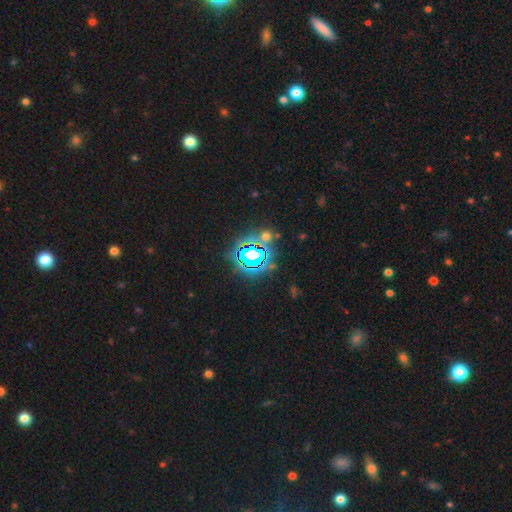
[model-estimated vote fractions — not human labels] This is likely a star or artifact rather than a galaxy (74%).